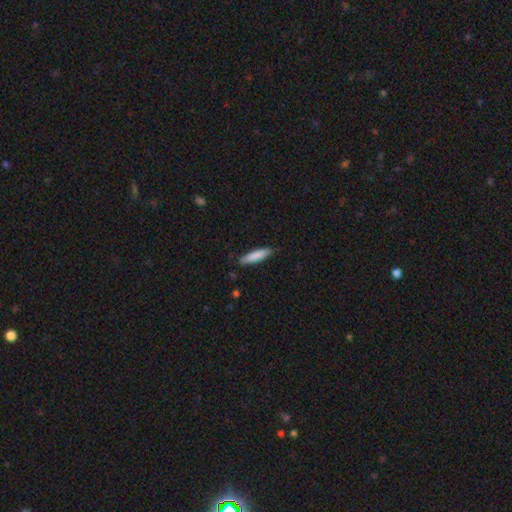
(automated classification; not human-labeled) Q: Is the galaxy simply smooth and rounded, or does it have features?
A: smooth — 82%.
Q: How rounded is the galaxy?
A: cigar-shaped — 79%.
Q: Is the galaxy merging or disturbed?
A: none — 82%.